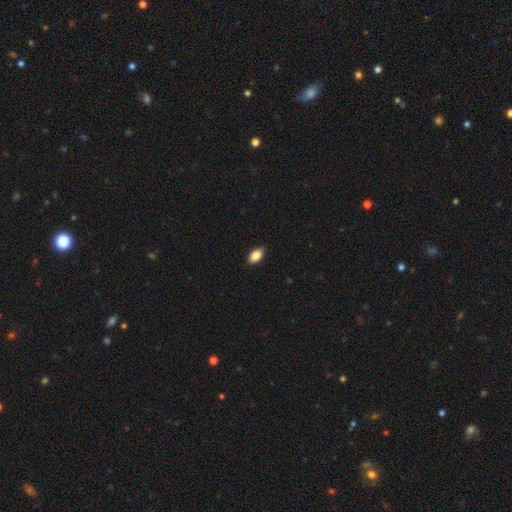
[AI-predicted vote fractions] This is clearly a smooth galaxy (87%). How rounded: clearly in between (92%). Merging: clearly none (87%).